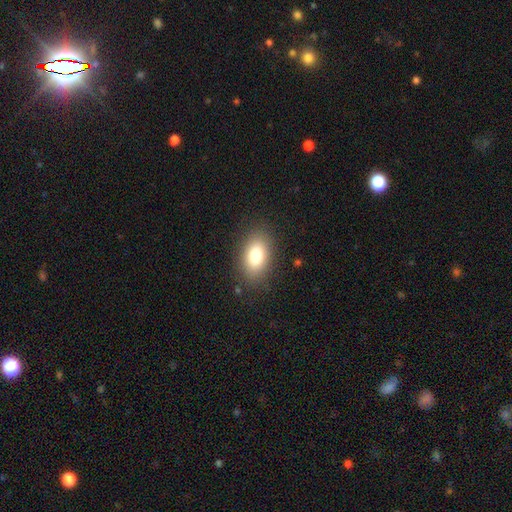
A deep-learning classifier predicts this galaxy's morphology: Overall: smooth (80%). How rounded: in between (89%). Merging: none (85%).